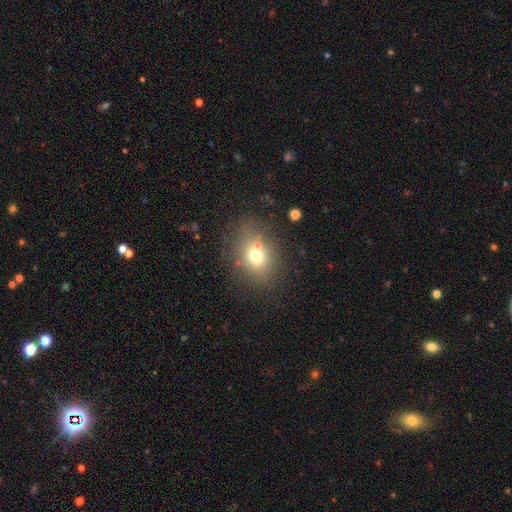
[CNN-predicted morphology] Smooth or featured? Predicted: smooth (p=0.69). How rounded? Predicted: in between (p=0.53). Merging? Predicted: none (p=0.68).